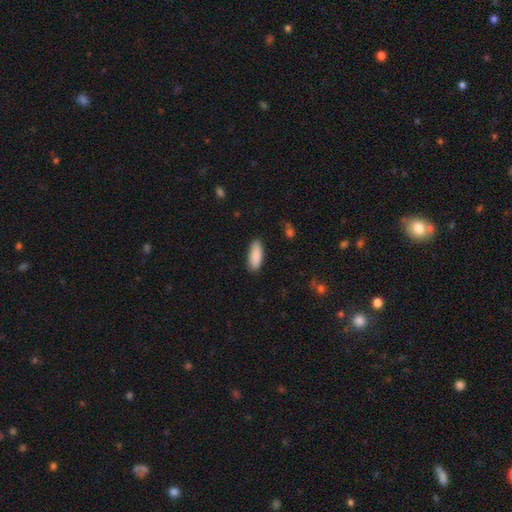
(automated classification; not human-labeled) smooth-or-featured: smooth: 89% | star or artifact: 6% | featured or disk: 5%
  how-rounded: in between: 73% | cigar-shaped: 26% | round: 2%
  merging: none: 88% | minor disturbance: 9% | major disturbance: 2% | merger: 1%